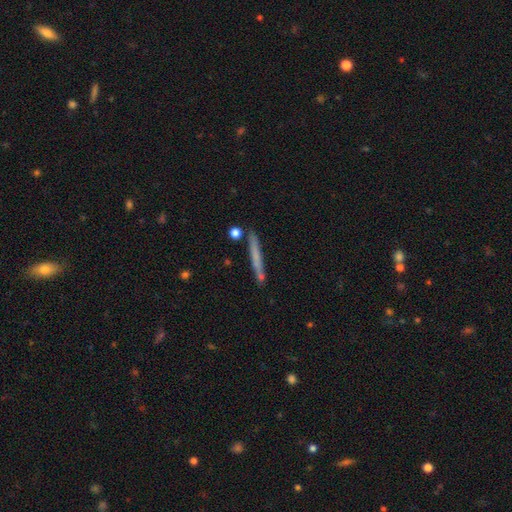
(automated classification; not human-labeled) Morphology: type=smooth (61%); roundness=cigar-shaped (96%); merging=none (81%).